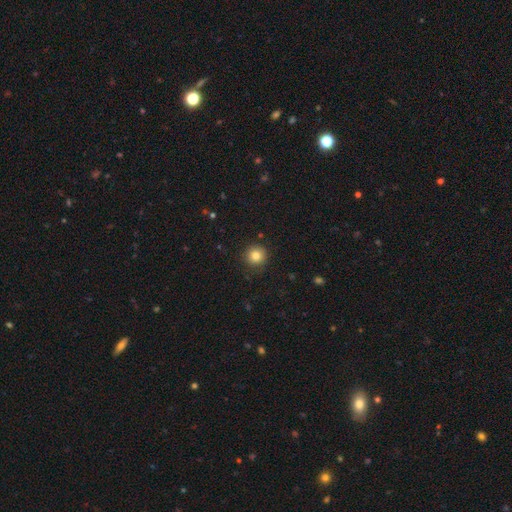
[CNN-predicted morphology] The model was most divided on "smooth or featured": smooth: 82%, star or artifact: 12%, featured or disk: 7%. More confident: how rounded — round (95%); merging — none (90%).